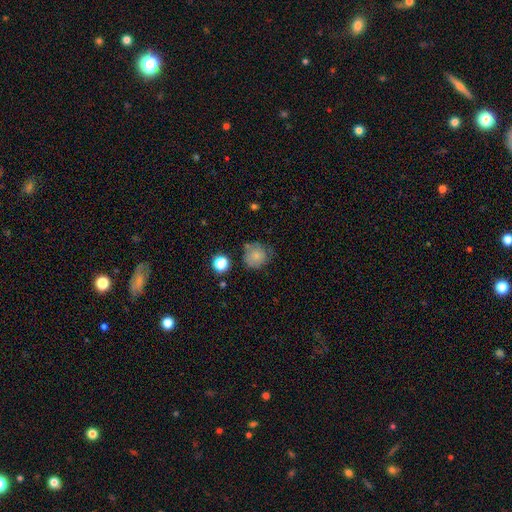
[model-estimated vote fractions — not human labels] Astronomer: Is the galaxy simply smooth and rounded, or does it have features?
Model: smooth — 77%.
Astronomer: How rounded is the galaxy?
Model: round — 87%.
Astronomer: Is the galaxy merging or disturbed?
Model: none — 60%.